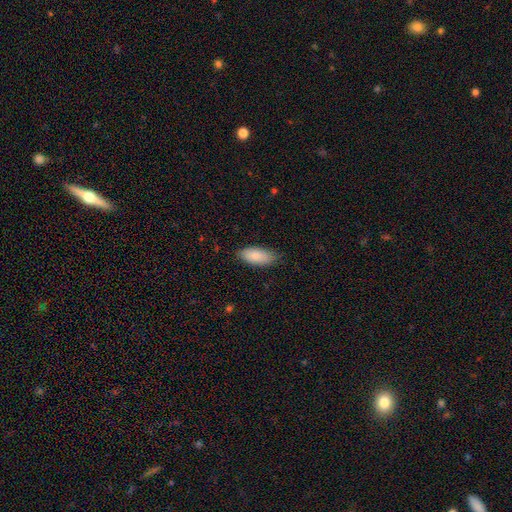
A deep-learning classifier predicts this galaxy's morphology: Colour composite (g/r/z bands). It shows a smooth galaxy with no disk features (85%) that is in between round and cigar-shaped (88%). Merging: none (81%).